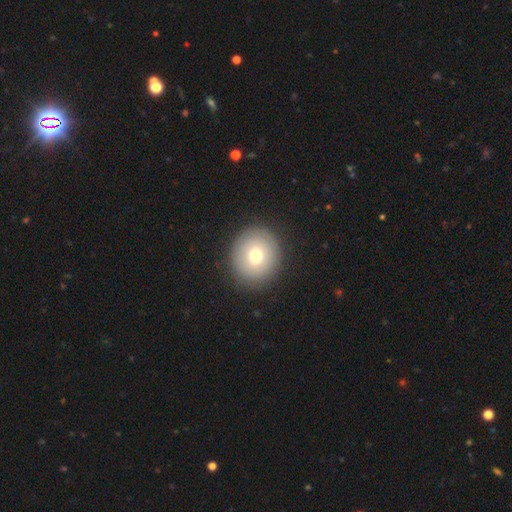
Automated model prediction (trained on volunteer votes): Smooth or featured? smooth (71%)
How rounded? round (80%)
Merging? none (88%)